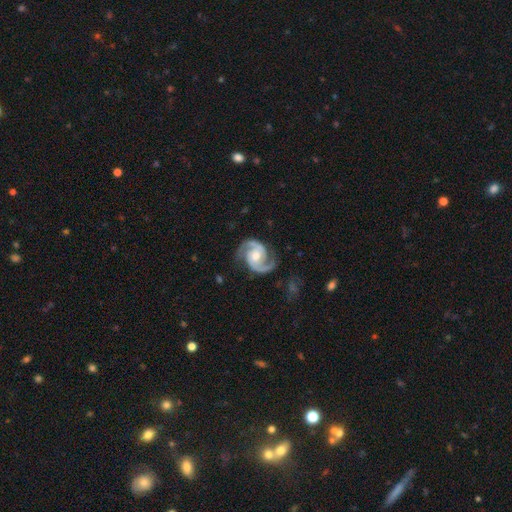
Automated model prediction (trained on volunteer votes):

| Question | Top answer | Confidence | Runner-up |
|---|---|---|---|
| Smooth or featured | featured or disk | 93% | star or artifact (4%) |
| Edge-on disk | no | 98% | yes (2%) |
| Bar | no | 58% | weak (33%) |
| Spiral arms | yes | 98% | no (2%) |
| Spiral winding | medium | 59% | tight (29%) |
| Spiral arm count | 2 | 94% | 3 (2%) |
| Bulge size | moderate | 66% | small (24%) |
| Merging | none | 80% | minor disturbance (14%) |